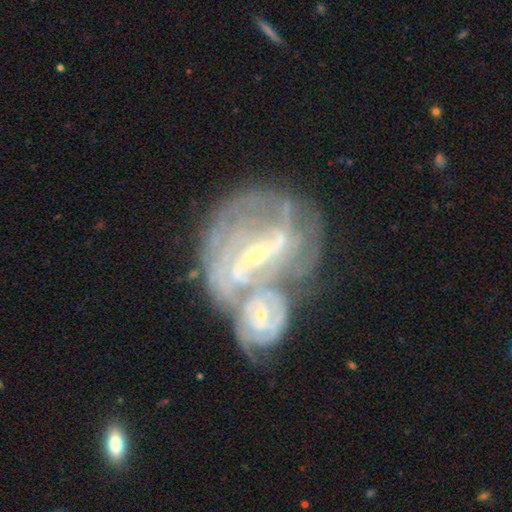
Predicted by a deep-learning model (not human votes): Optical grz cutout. It shows a featured or disk galaxy (78%) with a strong bar (41%), tight (55%) spiral arms (73%) and a small central bulge (68%). Merging: merger (72%).